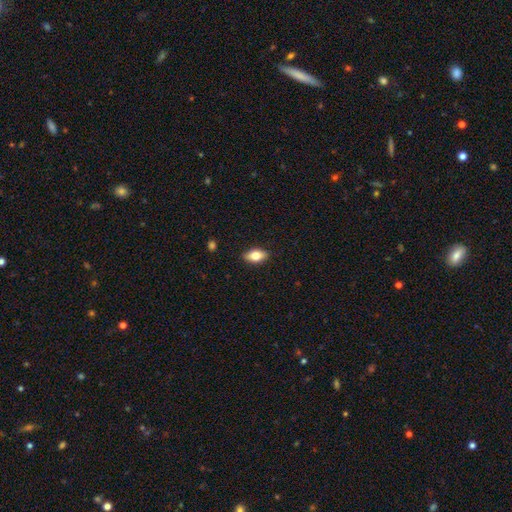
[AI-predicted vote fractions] The model was most divided on "smooth or featured": smooth: 72%, featured or disk: 20%, star or artifact: 8%. More confident: merging — none (88%); how rounded — in between (87%).